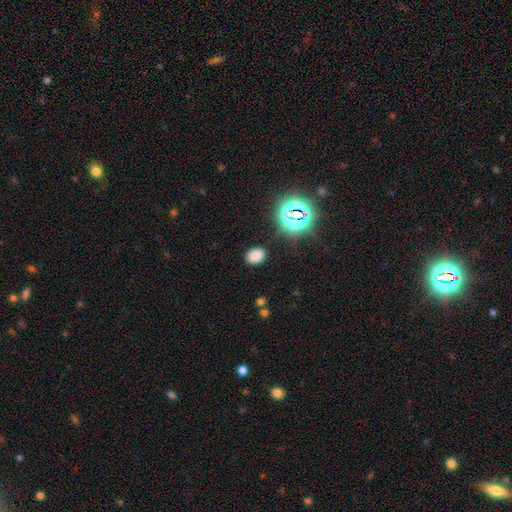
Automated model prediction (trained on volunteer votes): Q: Smooth or featured?
A: smooth (74%); runner-up: star or artifact (19%)
Q: How rounded?
A: in between (62%); runner-up: round (37%)
Q: Merging?
A: none (87%); runner-up: minor disturbance (9%)